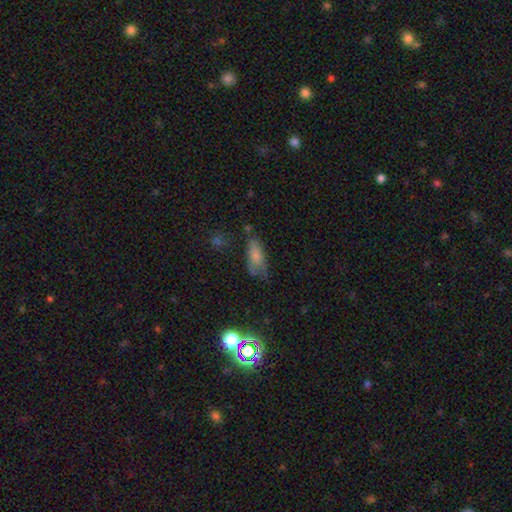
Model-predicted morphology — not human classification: Q: Smooth or featured?
A: smooth (74%); runner-up: featured or disk (16%)
Q: How rounded?
A: in between (78%); runner-up: cigar-shaped (19%)
Q: Merging?
A: none (47%); runner-up: minor disturbance (33%)